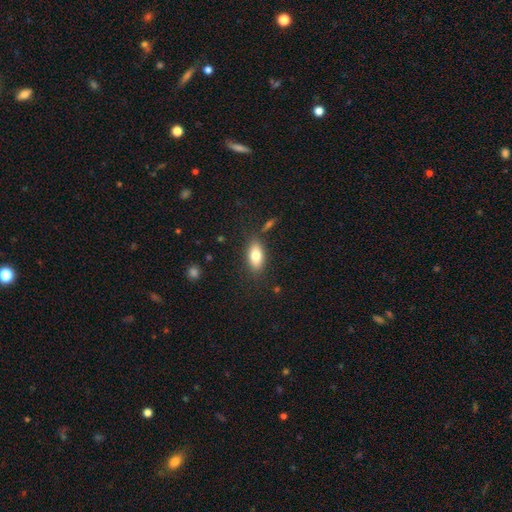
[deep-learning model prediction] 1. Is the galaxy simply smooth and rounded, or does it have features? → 78% smooth, 15% featured or disk, 7% star or artifact.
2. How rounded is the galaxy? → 87% in between, 8% cigar-shaped, 4% round.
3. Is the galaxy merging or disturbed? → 81% none, 12% minor disturbance, 3% major disturbance, 3% merger.